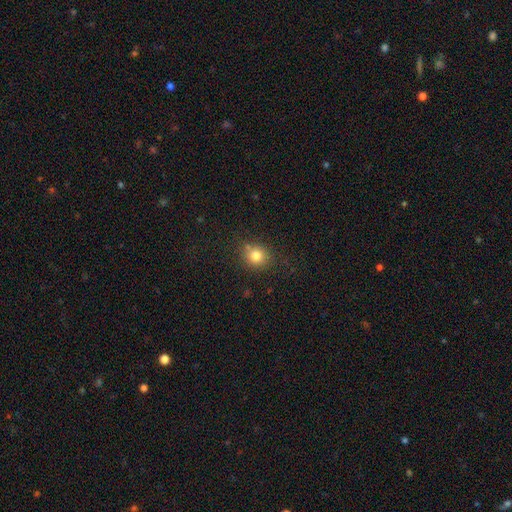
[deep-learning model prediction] This is likely a smooth galaxy (79%). How rounded: clearly round (82%). Merging: likely none (77%).